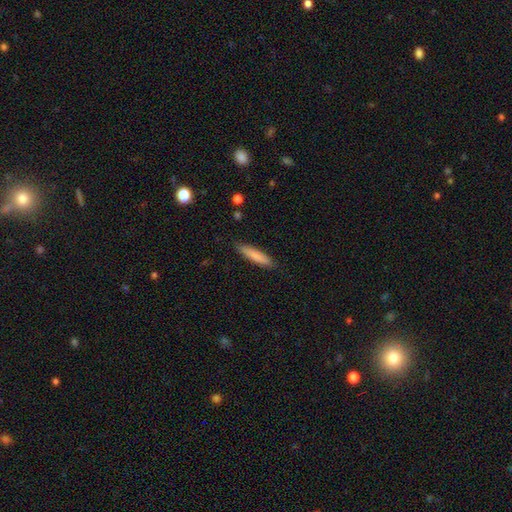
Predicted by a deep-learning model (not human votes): This appears to be a smooth galaxy with no disk features (81%) that is cigar-shaped (87%). Merging: none (88%).